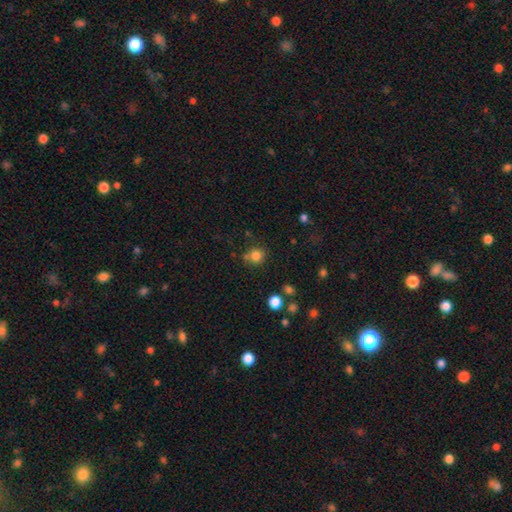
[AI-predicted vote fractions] smooth-or-featured: smooth: 82% | star or artifact: 13% | featured or disk: 6%
  how-rounded: round: 86% | in between: 14% | cigar-shaped: 1%
  merging: none: 71% | minor disturbance: 13% | merger: 11% | major disturbance: 4%